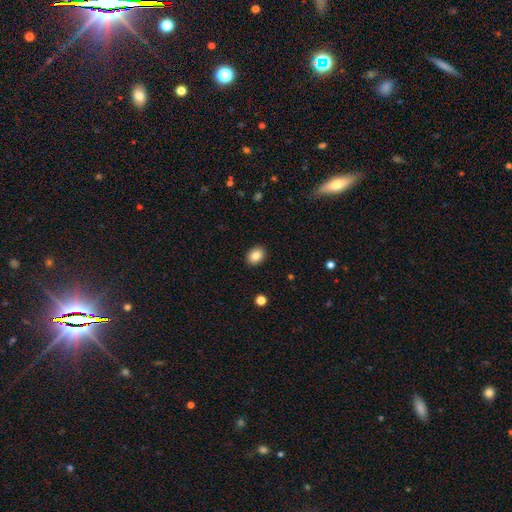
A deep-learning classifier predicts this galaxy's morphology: This is clearly a smooth galaxy (85%). How rounded: possibly in between (60%). Merging: clearly none (90%).